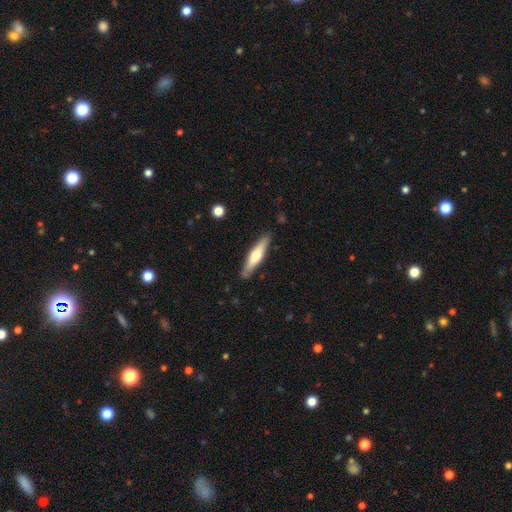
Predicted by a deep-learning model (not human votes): The model was most divided on "smooth or featured": featured or disk: 50%, smooth: 45%, star or artifact: 5%. More confident: edge-on disk — yes (93%); merging — none (87%).